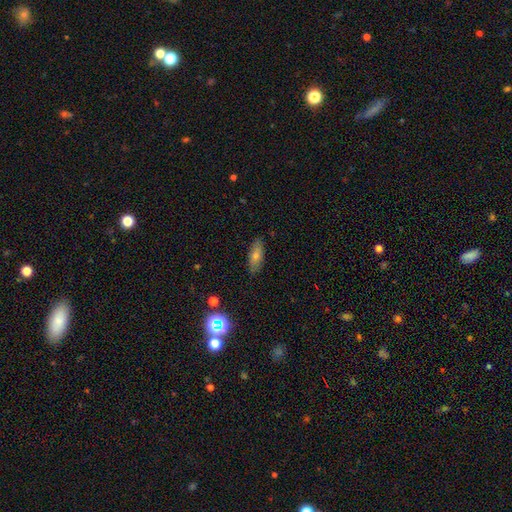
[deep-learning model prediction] Overall: smooth (58%; featured or disk 29%). How rounded: in between (66%; cigar-shaped 29%). Merging: none (86%).